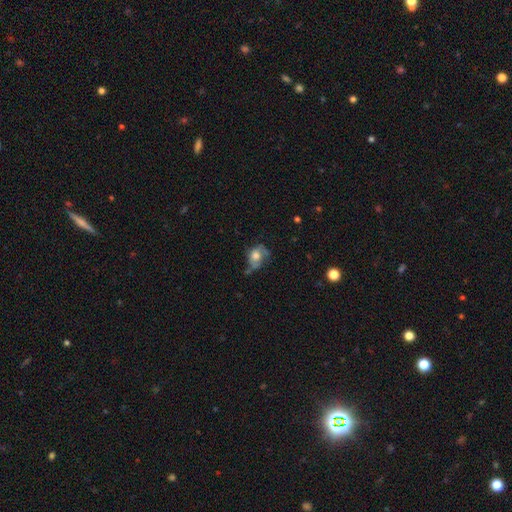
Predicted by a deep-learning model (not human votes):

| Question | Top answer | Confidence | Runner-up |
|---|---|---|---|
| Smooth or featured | smooth | 52% | featured or disk (38%) |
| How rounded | in between | 55% | round (44%) |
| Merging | none | 33% | minor disturbance (29%) |